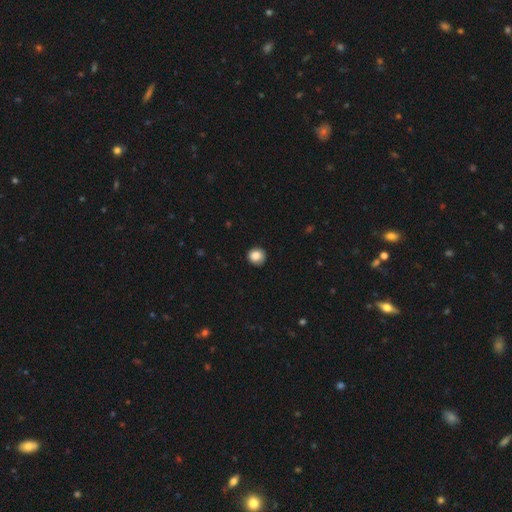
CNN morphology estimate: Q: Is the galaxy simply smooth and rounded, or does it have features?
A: smooth — 86%.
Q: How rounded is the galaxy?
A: round — 91%.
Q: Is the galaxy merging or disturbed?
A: none — 85%.